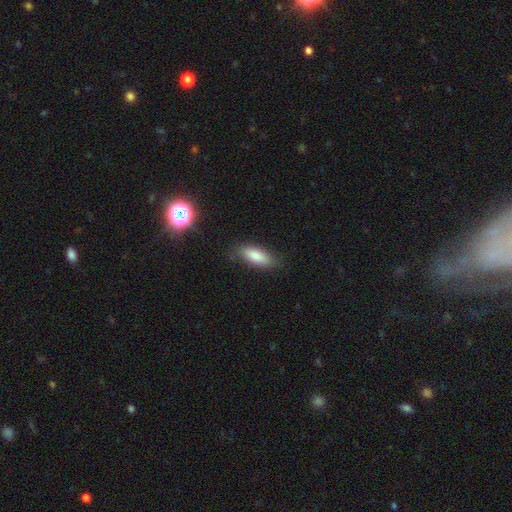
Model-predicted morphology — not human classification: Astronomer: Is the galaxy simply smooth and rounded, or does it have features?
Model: smooth — 82%.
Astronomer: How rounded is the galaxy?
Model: in between — 72%.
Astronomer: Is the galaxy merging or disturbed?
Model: none — 79%.